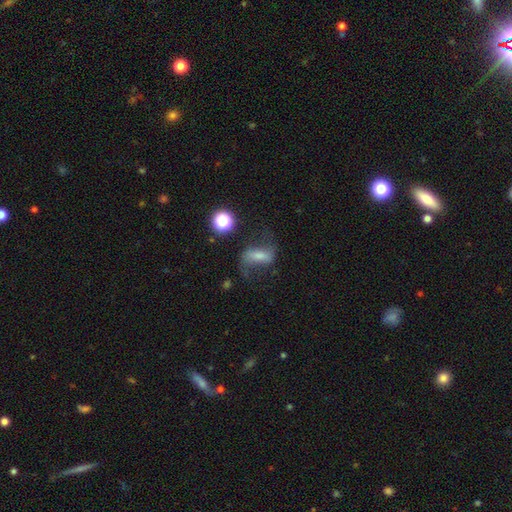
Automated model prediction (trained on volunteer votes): This appears to be a featured or disk galaxy (58%) with a strong bar (42%), spiral arms (85%) and a small central bulge (36%). Merging: none (60%).